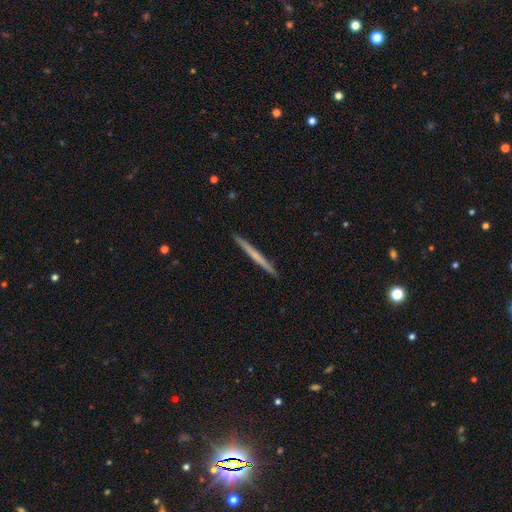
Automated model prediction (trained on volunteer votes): smooth-or-featured: featured or disk: 48% | smooth: 46% | star or artifact: 5%
  merging: none: 93% | minor disturbance: 5% | major disturbance: 1% | merger: 1%